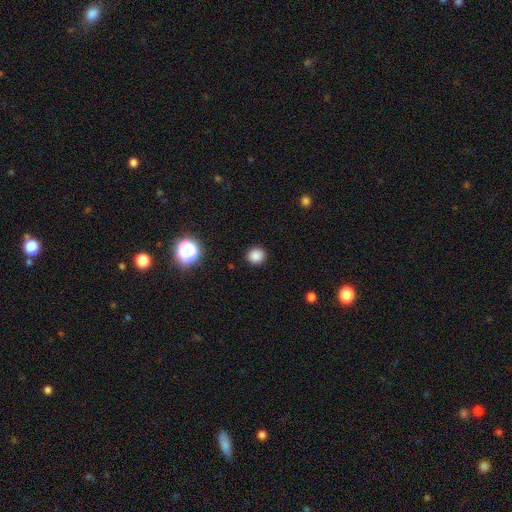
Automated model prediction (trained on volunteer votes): A smooth galaxy with no disk features (85%) that is round (93%).

Vote fractions:
- Smooth or featured? smooth: 85% / star or artifact: 12% / featured or disk: 3%
- How rounded? round: 93% / in between: 6% / cigar-shaped: 1%
- Merging? none: 91% / minor disturbance: 5% / major disturbance: 2% / merger: 1%